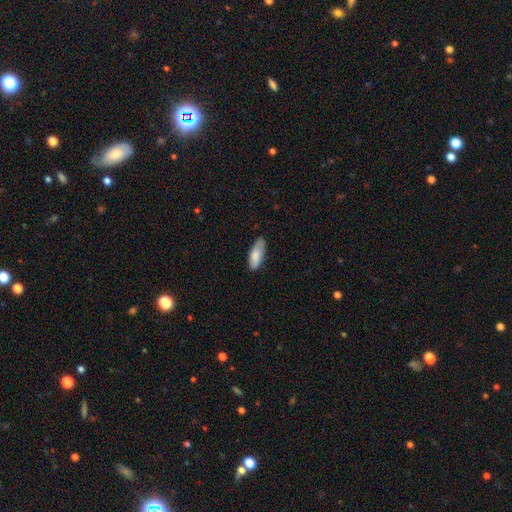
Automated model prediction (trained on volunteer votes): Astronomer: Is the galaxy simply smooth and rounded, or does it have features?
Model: smooth — 81%.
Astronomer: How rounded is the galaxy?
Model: in between — 76%.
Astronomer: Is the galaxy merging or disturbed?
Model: none — 73%.